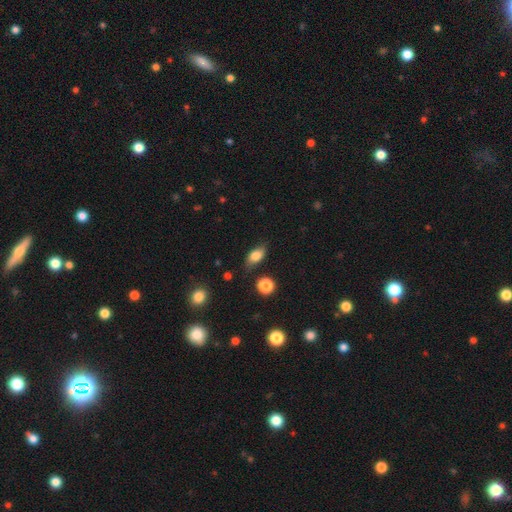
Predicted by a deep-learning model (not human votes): Smooth or featured? smooth (78%)
How rounded? in between (83%)
Merging? none (72%)